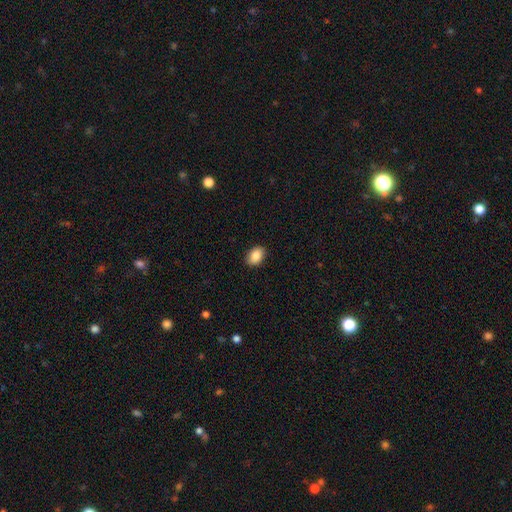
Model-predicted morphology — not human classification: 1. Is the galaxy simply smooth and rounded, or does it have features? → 87% smooth, 7% star or artifact, 5% featured or disk.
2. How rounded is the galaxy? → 81% in between, 18% round, 1% cigar-shaped.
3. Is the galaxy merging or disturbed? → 89% none, 8% minor disturbance, 2% major disturbance, 1% merger.